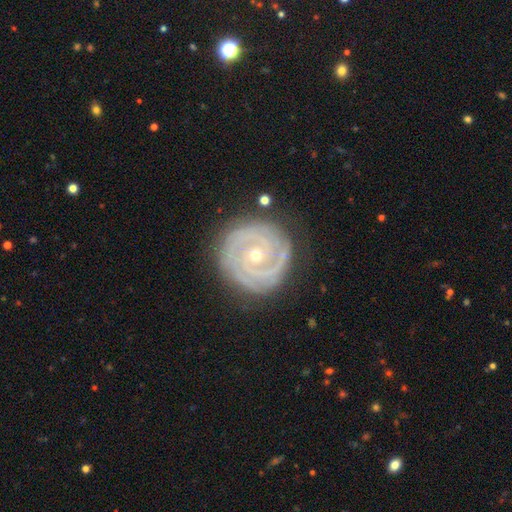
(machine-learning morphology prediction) This is clearly a featured or disk galaxy (90%). It is clearly not viewed edge-on (98%). Bar: likely no (72%). Spiral arm pattern: clearly yes (98%). Spiral arm count: marginally 2 (44%). Spiral winding: clearly tight (84%). Central bulge: likely small (67%). Merging: clearly none (83%).